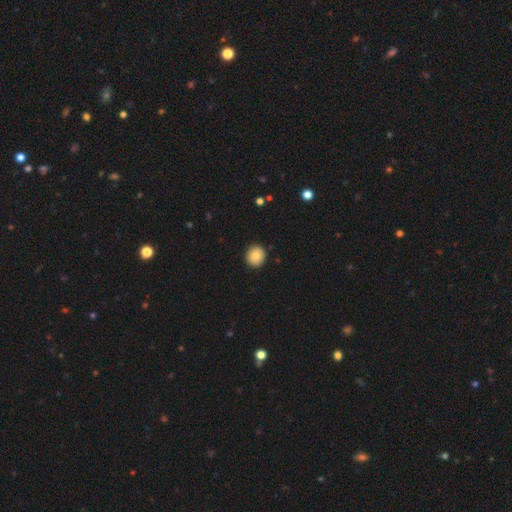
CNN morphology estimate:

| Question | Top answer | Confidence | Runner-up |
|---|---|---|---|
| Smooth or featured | smooth | 84% | star or artifact (9%) |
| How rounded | round | 90% | in between (9%) |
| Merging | none | 91% | minor disturbance (7%) |